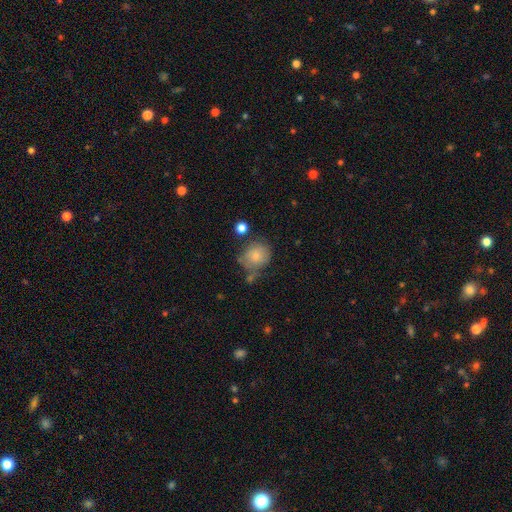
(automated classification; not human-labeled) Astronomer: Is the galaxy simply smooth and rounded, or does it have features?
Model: smooth — 77%.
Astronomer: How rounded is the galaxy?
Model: round — 77%.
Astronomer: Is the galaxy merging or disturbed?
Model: none — 54%.